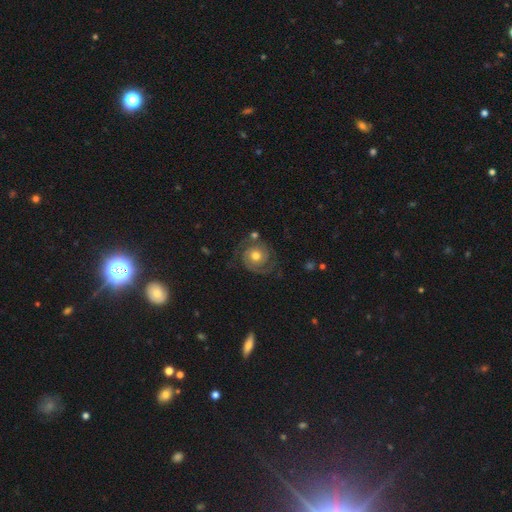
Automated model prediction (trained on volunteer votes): Q: Smooth or featured?
A: featured or disk (83%); runner-up: smooth (11%)
Q: Edge-on disk?
A: no (98%); runner-up: yes (2%)
Q: Bar?
A: no (79%); runner-up: weak (17%)
Q: Spiral arms?
A: yes (96%); runner-up: no (4%)
Q: Spiral winding?
A: tight (60%); runner-up: medium (30%)
Q: Spiral arm count?
A: 2 (85%); runner-up: can't tell (5%)
Q: Bulge size?
A: moderate (76%); runner-up: small (12%)
Q: Merging?
A: none (73%); runner-up: minor disturbance (15%)